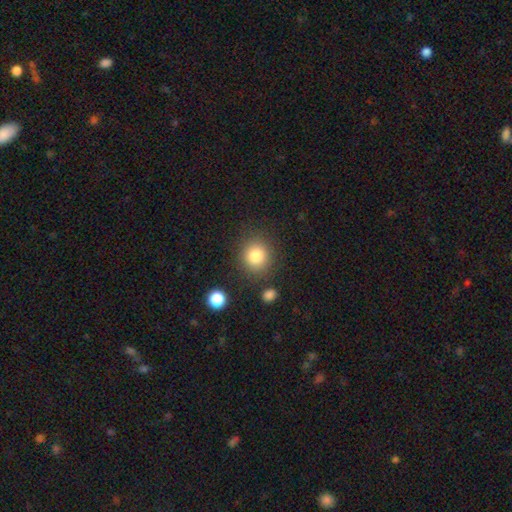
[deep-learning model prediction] Smooth or featured: smooth — 82% (star or artifact — 11%)
How rounded: round — 85% (in between — 14%)
Merging: none — 84% (minor disturbance — 9%)